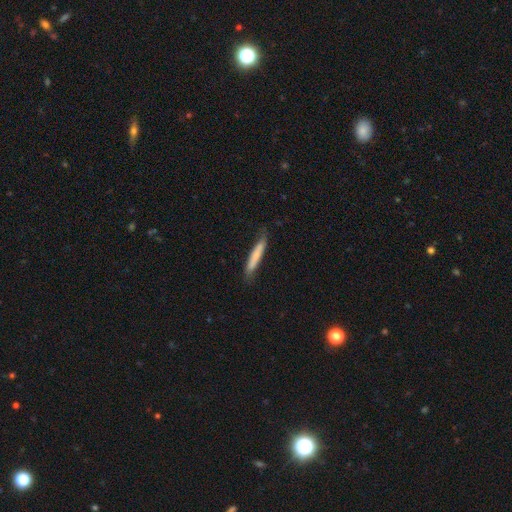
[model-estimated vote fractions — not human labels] Smooth or featured: smooth — 72% (featured or disk — 22%)
How rounded: cigar-shaped — 93% (in between — 6%)
Merging: none — 75% (minor disturbance — 20%)